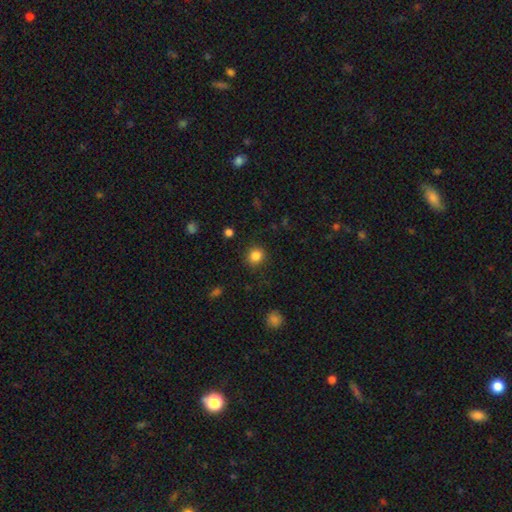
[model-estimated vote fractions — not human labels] A smooth galaxy with no disk features (84%) that is round (87%). Merging: none (88%).